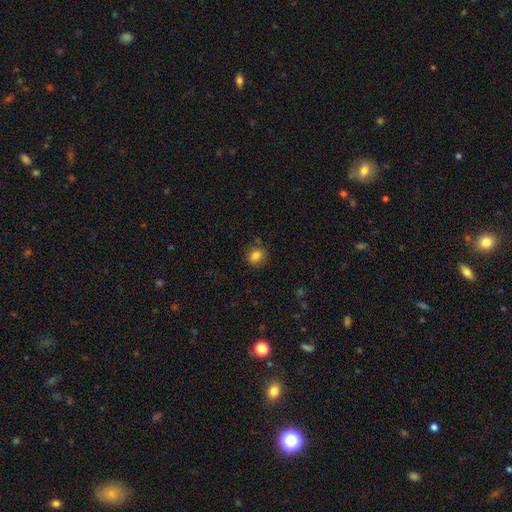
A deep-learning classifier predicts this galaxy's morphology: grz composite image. It shows a smooth galaxy with no disk features (83%) that is round (50%). Merging: none (80%).